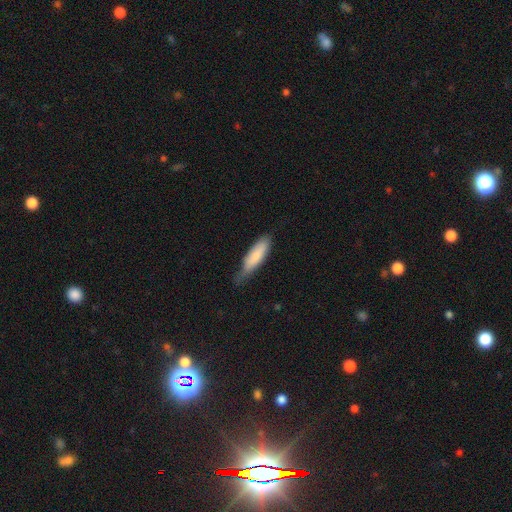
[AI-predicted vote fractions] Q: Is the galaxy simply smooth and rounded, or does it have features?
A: smooth — 80%.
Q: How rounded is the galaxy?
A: cigar-shaped — 58%.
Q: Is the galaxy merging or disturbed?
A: none — 50%.